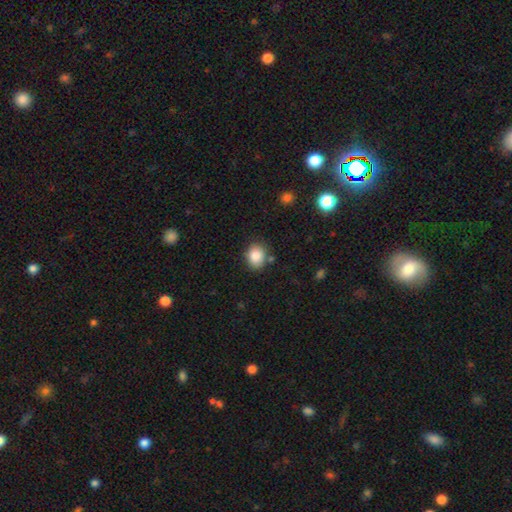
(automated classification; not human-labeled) Overall: smooth (85%). How rounded: round (53%; in between 46%). Merging: none (79%).